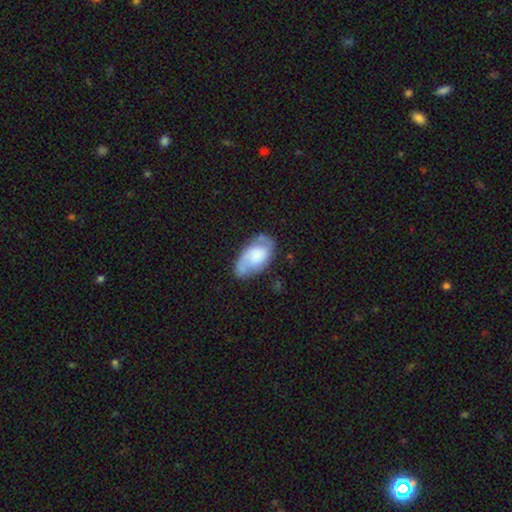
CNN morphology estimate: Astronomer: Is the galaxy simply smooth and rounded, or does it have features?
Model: featured or disk — 53% (runner-up: smooth, 40%).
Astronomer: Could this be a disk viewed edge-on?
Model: no — 95%.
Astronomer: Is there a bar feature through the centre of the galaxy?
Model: no — 72%.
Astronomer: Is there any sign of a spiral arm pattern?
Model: yes — 81%.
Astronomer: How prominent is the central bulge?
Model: large — 29% (runner-up: small, 23%).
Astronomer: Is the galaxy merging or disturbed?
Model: none — 57%.